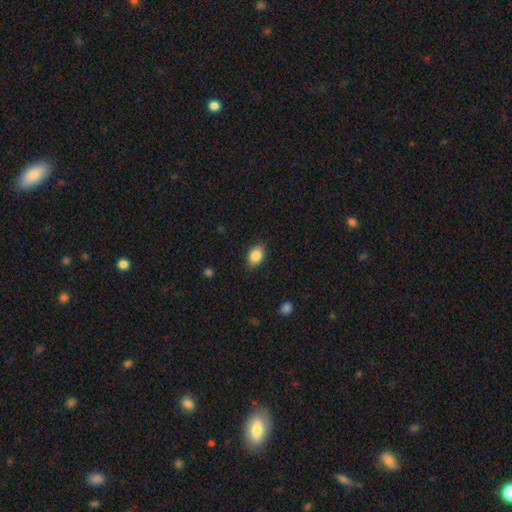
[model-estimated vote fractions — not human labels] Overall: smooth (86%). How rounded: in between (81%). Merging: none (83%).